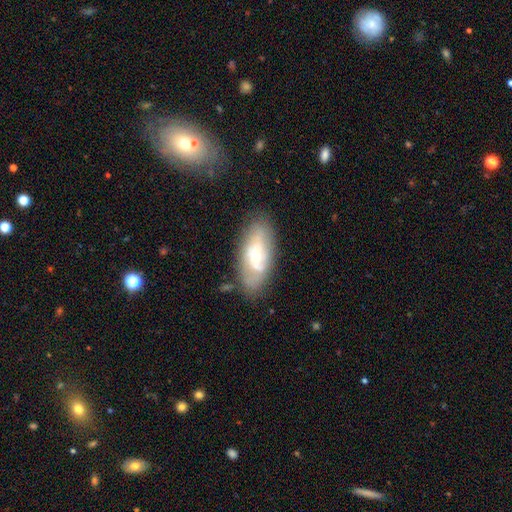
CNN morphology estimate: type=featured or disk (60%); edge-on=no (87%); bar=no (52%); spiral arms=yes (65%); bulge=small (53%); merging=none (75%).